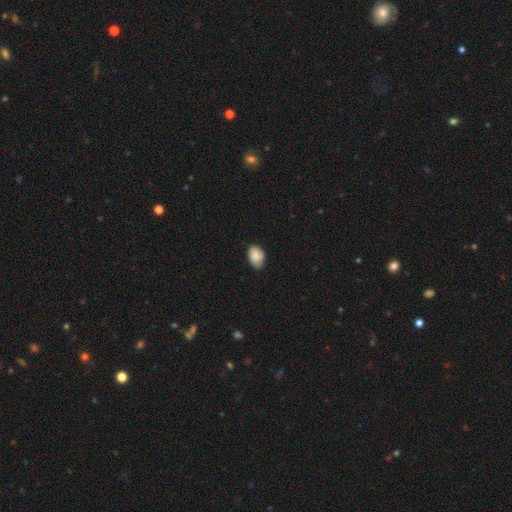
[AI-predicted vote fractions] The model was most divided on "merging": none: 70%, minor disturbance: 25%, major disturbance: 3%, merger: 1%. More confident: how rounded — in between (86%); smooth or featured — smooth (85%).